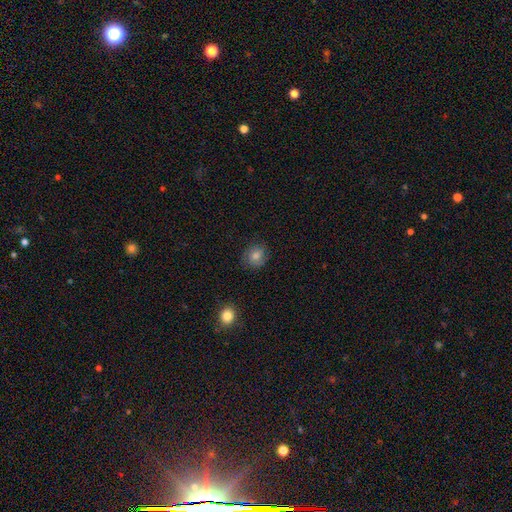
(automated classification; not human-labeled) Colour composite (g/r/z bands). It shows a smooth galaxy with no disk features (67%) that is round (78%). Merging: none (82%).